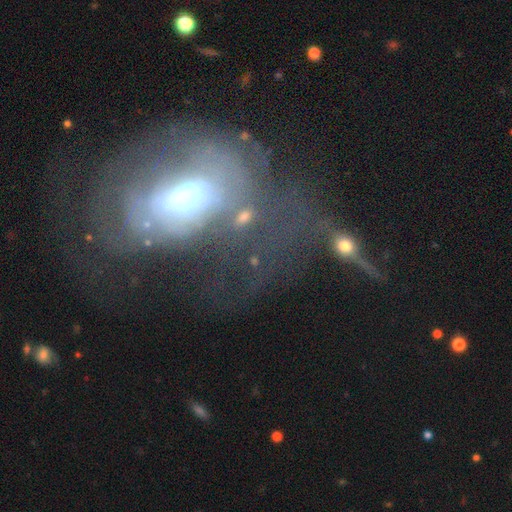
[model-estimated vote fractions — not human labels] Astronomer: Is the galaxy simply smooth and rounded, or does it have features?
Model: featured or disk — 61%.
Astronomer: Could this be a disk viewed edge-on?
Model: no — 93%.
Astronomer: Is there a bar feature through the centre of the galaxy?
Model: no — 58%.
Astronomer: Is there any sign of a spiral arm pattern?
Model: no — 52% (runner-up: yes, 48%).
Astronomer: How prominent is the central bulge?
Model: moderate — 56%.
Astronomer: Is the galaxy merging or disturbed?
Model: major disturbance — 46% (runner-up: none, 27%).